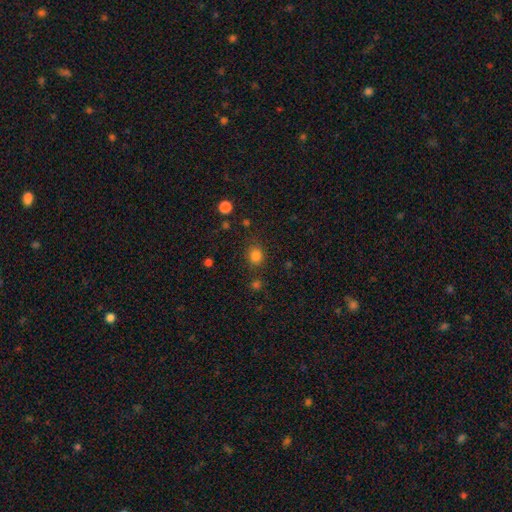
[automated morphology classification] A smooth galaxy with no disk features (81%) that is round (59%).

Vote fractions:
- Smooth or featured? smooth: 81% / star or artifact: 14% / featured or disk: 5%
- How rounded? round: 59% / in between: 40% / cigar-shaped: 1%
- Merging? none: 77% / minor disturbance: 13% / major disturbance: 5% / merger: 5%